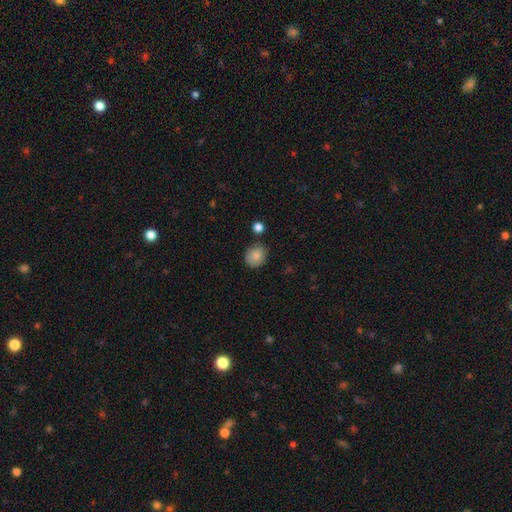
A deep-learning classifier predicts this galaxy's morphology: This appears to be a smooth galaxy with no disk features (86%) that is round (75%). Merging: none (78%).